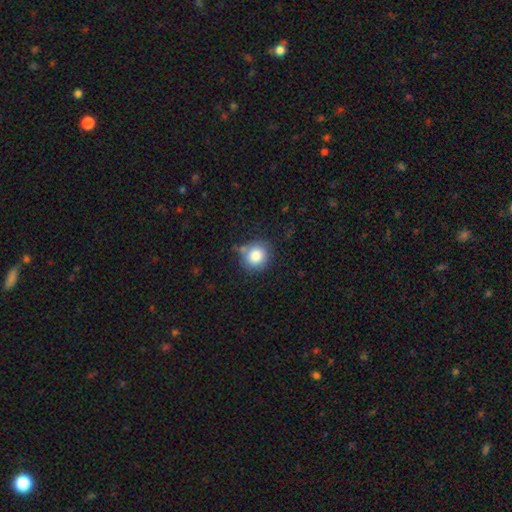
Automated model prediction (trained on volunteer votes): smooth_or_featured: smooth (p=0.83) [alt: star or artifact p=0.09]
how_rounded: round (p=0.90) [alt: in between p=0.09]
merging: none (p=0.74) [alt: minor disturbance p=0.17]